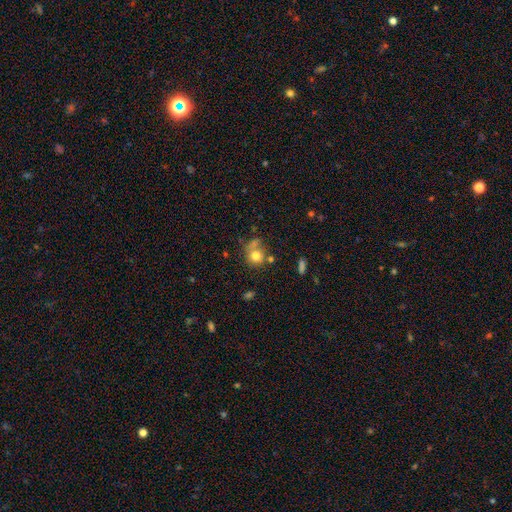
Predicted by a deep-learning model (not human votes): Q: Smooth or featured?
A: smooth (77%); runner-up: featured or disk (12%)
Q: How rounded?
A: round (80%); runner-up: in between (19%)
Q: Merging?
A: none (50%); runner-up: merger (19%)